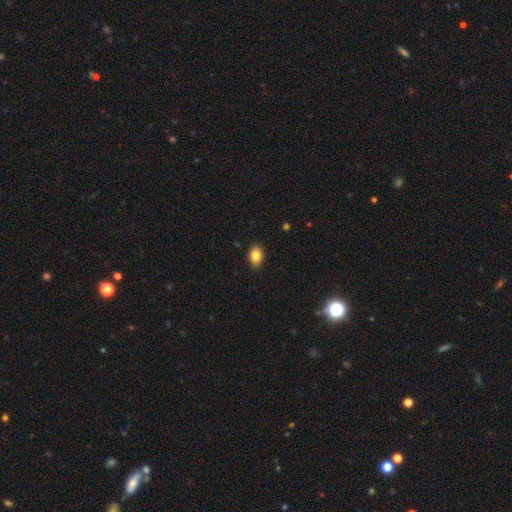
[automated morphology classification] Overall: smooth (84%). How rounded: in between (81%). Merging: none (88%).